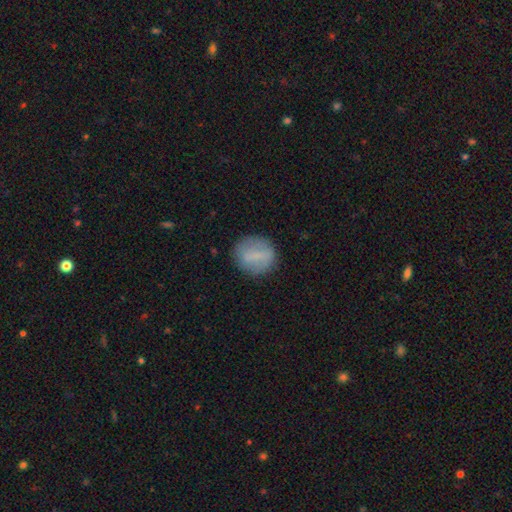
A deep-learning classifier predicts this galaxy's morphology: A smooth galaxy with no disk features (62%) that is round (73%).

Vote fractions:
- Smooth or featured? smooth: 62% / featured or disk: 30% / star or artifact: 8%
- How rounded? round: 73% / in between: 25% / cigar-shaped: 2%
- Merging? none: 82% / minor disturbance: 12% / major disturbance: 4% / merger: 1%